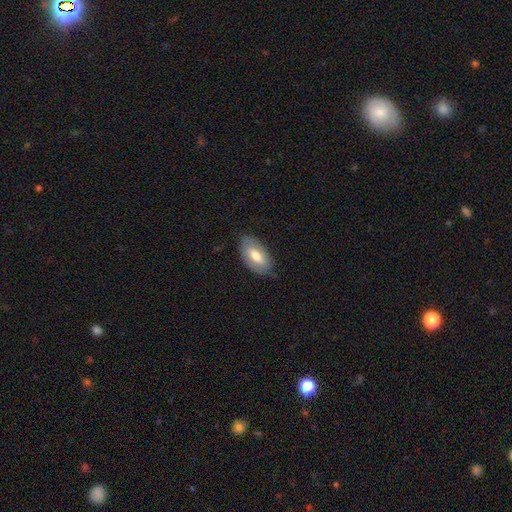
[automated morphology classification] A smooth galaxy with no disk features (56%) that is in between round and cigar-shaped (93%). Merging: none (81%).